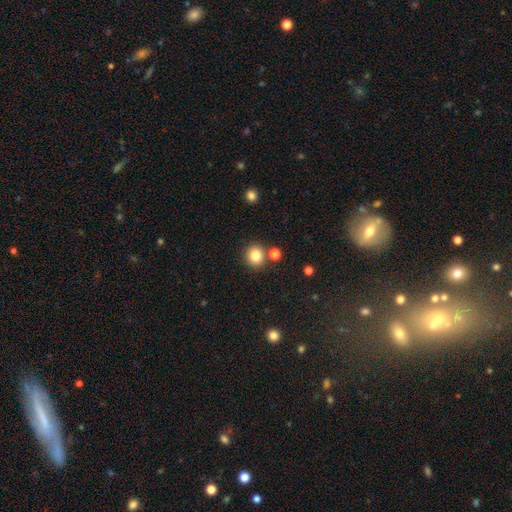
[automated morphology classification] A smooth galaxy with no disk features (83%) that is round (90%).

Vote fractions:
- Smooth or featured? smooth: 83% / star or artifact: 11% / featured or disk: 6%
- How rounded? round: 90% / in between: 9% / cigar-shaped: 1%
- Merging? none: 82% / merger: 9% / minor disturbance: 7% / major disturbance: 2%